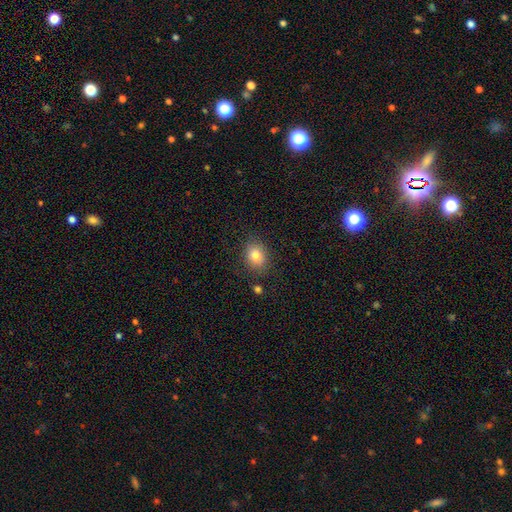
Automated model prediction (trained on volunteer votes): Q: Smooth or featured?
A: smooth (81%); runner-up: star or artifact (11%)
Q: How rounded?
A: round (50%); runner-up: in between (49%)
Q: Merging?
A: none (84%); runner-up: minor disturbance (11%)